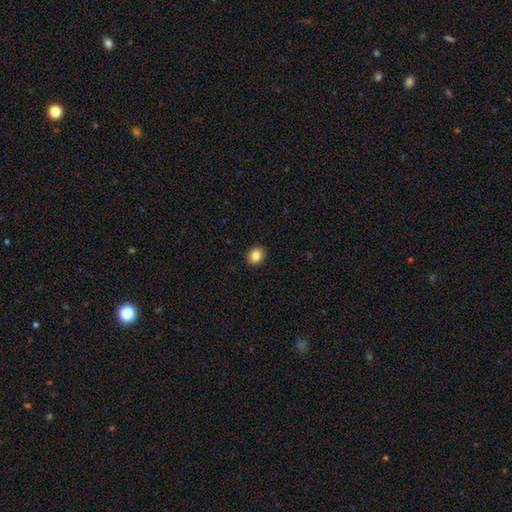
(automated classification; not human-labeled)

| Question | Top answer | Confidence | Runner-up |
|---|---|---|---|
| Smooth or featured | smooth | 84% | star or artifact (10%) |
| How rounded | round | 66% | in between (33%) |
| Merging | none | 91% | minor disturbance (6%) |